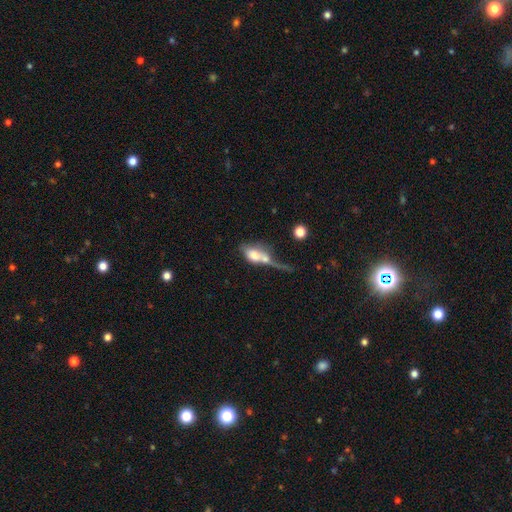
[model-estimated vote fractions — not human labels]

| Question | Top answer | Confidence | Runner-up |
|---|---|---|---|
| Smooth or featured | smooth | 61% | featured or disk (30%) |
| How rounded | in between | 73% | round (16%) |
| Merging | merger | 55% | major disturbance (20%) |